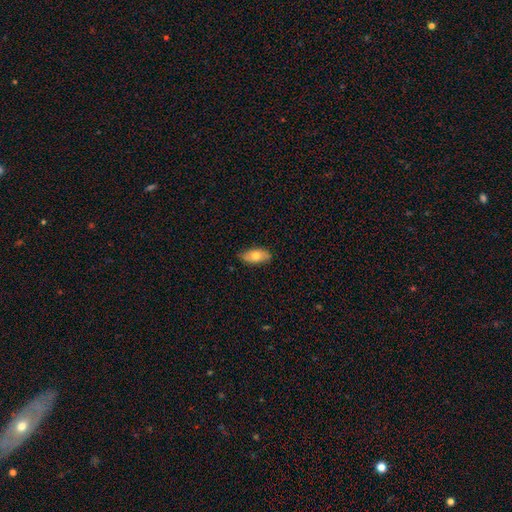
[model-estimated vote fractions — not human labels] Q: Smooth or featured?
A: smooth (69%); runner-up: featured or disk (24%)
Q: How rounded?
A: in between (89%); runner-up: cigar-shaped (7%)
Q: Merging?
A: none (83%); runner-up: minor disturbance (13%)